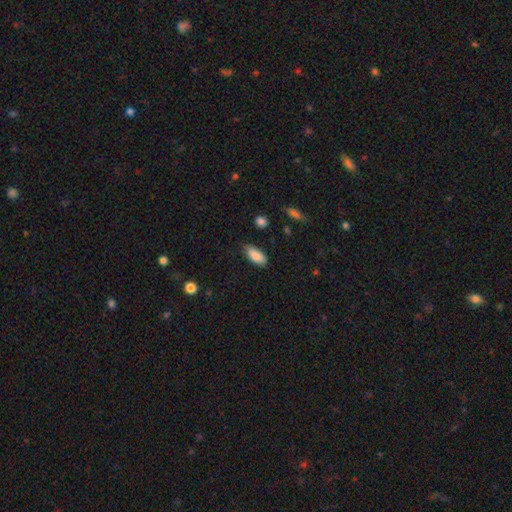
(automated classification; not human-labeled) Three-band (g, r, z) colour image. It shows a smooth galaxy with no disk features (88%) that is in between round and cigar-shaped (85%). Merging: none (80%).